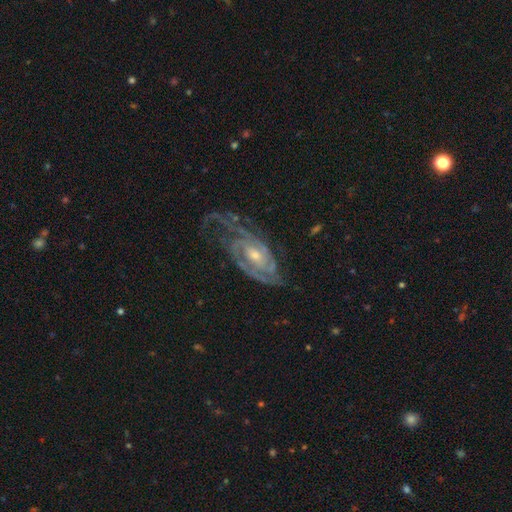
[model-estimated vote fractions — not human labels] The model was most divided on "bulge size": small: 48%, moderate: 47%, large: 2%, none: 2%, dominant: 1%. Remaining: spiral arms — yes (98%); edge-on disk — no (96%); smooth or featured — featured or disk (91%); merging — none (61%); spiral winding — tight (60%); bar — no (52%); spiral arm count — 2 (40%).